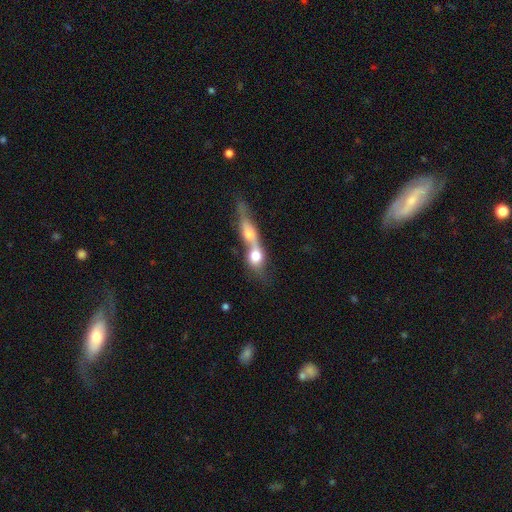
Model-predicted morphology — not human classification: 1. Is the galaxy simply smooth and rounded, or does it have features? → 59% smooth, 32% featured or disk, 8% star or artifact.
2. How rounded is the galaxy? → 46% in between, 37% round, 17% cigar-shaped.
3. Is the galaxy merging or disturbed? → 76% merger, 13% none, 6% major disturbance, 5% minor disturbance.